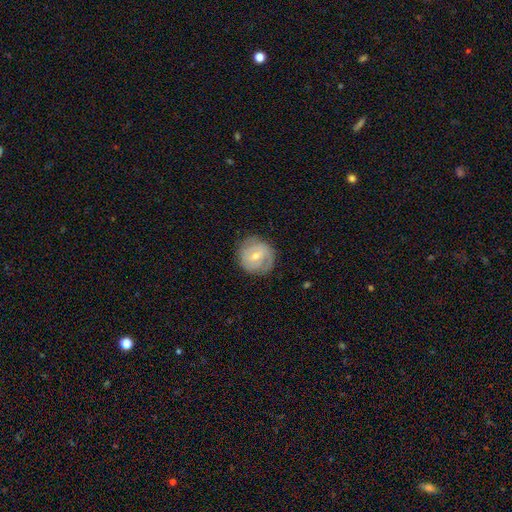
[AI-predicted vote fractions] The model was most divided on "bulge size" (2-way tie): moderate: 48%, small: 48%, large: 2%, none: 1%, dominant: 1%. More confident: edge-on disk — no (97%); spiral arms — yes (85%); merging — none (79%); smooth or featured — featured or disk (66%); spiral winding — tight (60%); bar — weak (56%); spiral arm count — 2 (53%).